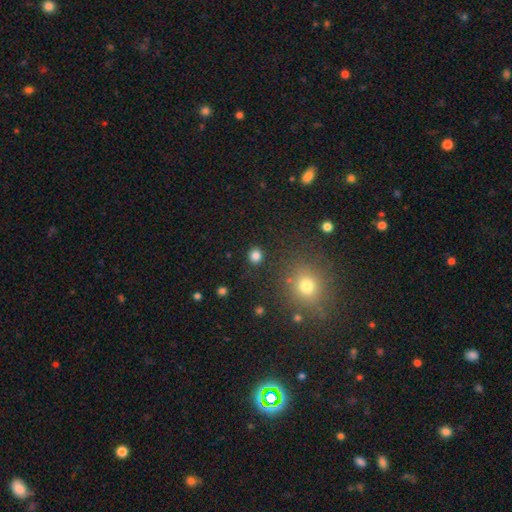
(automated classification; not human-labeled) Smooth or featured? smooth (83%)
How rounded? round (85%)
Merging? none (89%)